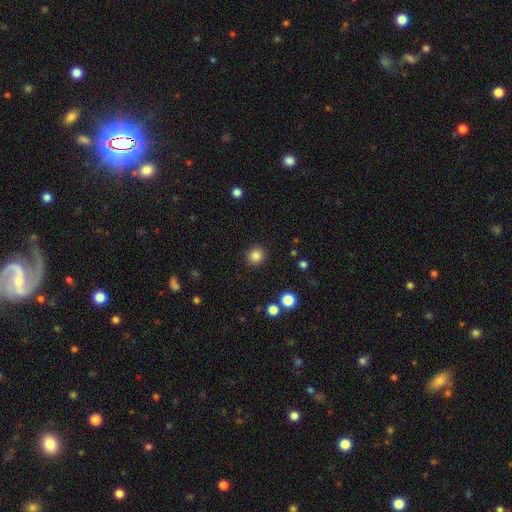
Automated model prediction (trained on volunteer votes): smooth_or_featured: smooth (p=0.85) [alt: star or artifact p=0.11]
how_rounded: round (p=0.90) [alt: in between p=0.09]
merging: none (p=0.91) [alt: minor disturbance p=0.06]